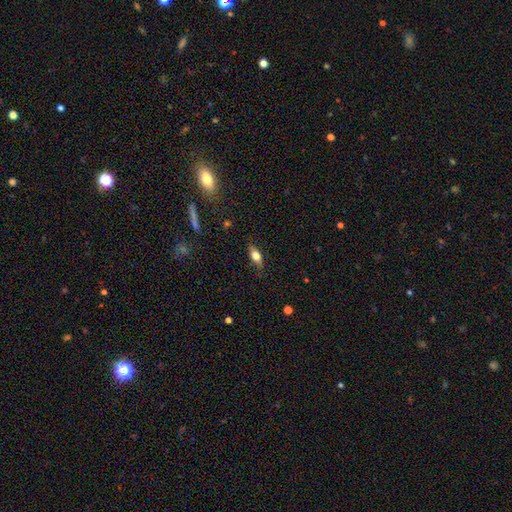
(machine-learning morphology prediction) Smooth or featured: smooth — 65% (featured or disk — 27%)
How rounded: in between — 70% (cigar-shaped — 24%)
Merging: none — 81% (minor disturbance — 14%)